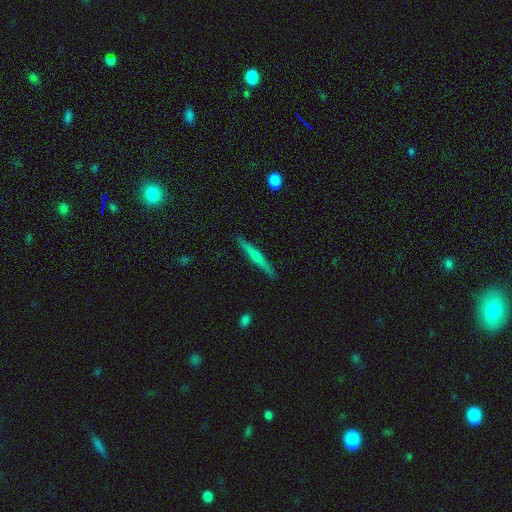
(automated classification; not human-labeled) This is possibly a featured or disk galaxy (57%). It is clearly viewed edge-on (97%). Edge-on bulge: likely rounded (68%). Merging: clearly none (90%).